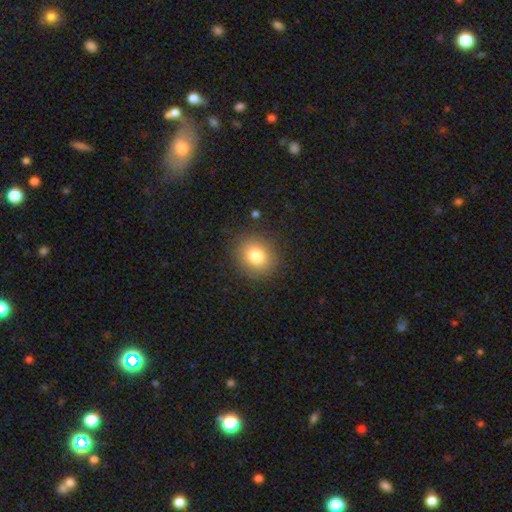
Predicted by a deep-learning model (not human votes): This is clearly a smooth galaxy (81%). How rounded: likely round (71%). Merging: clearly none (87%).